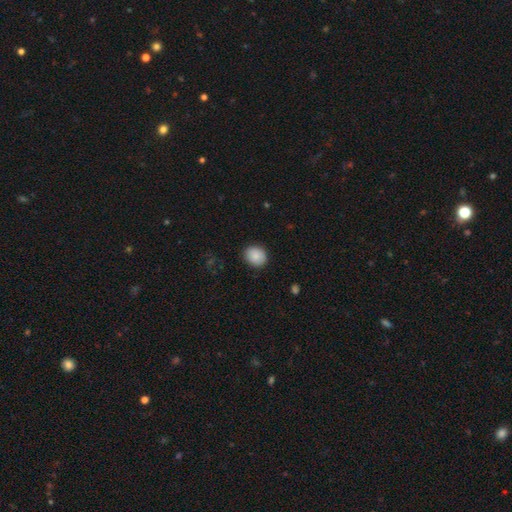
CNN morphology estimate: A smooth galaxy with no disk features (87%) that is round (68%).

Vote fractions:
- Smooth or featured? smooth: 87% / star or artifact: 7% / featured or disk: 5%
- How rounded? round: 68% / in between: 31% / cigar-shaped: 1%
- Merging? none: 87% / minor disturbance: 10% / major disturbance: 2% / merger: 1%